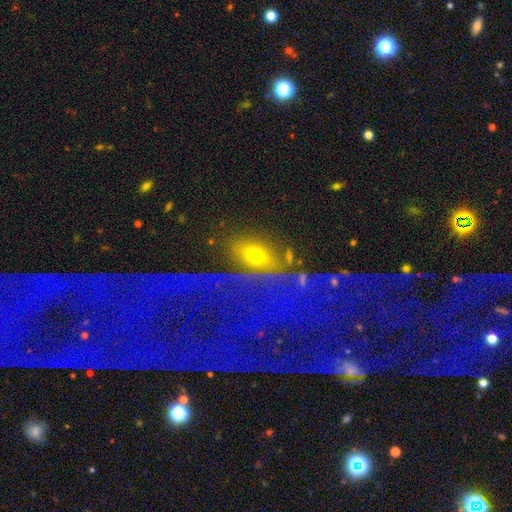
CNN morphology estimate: smooth-or-featured: smooth: 54% | star or artifact: 28% | featured or disk: 17%
  how-rounded: in between: 73% | round: 16% | cigar-shaped: 10%
  merging: none: 75% | minor disturbance: 13% | major disturbance: 7% | merger: 6%